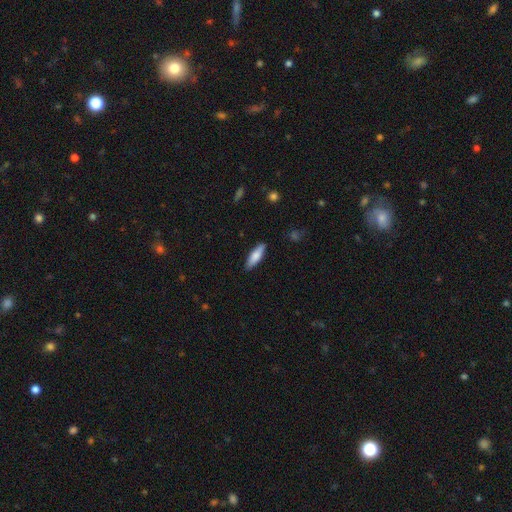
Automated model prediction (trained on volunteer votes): The model was most divided on "how rounded": cigar-shaped: 53%, in between: 45%, round: 2%. More confident: merging — none (87%); smooth or featured — smooth (80%).